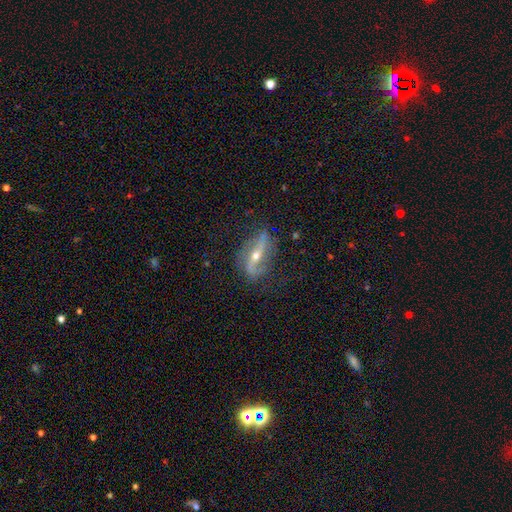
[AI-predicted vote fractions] Smooth or featured?
  - featured or disk: 84% *
  - smooth: 10%
  - star or artifact: 6%
Edge-on disk?
  - no: 83% *
  - yes: 17%
Bar?
  - strong: 58% *
  - no: 21%
  - weak: 21%
Spiral arms?
  - yes: 89% *
  - no: 11%
Spiral winding?
  - loose: 75% *
  - medium: 17%
  - tight: 8%
Spiral arm count?
  - 2: 89% *
  - 1: 5%
  - can't tell: 4%
  - 3: 1%
  - 4: 1%
  - more than 4: 1%
Bulge size?
  - moderate: 50% *
  - small: 47%
  - large: 1%
  - none: 1%
  - dominant: 1%
Merging?
  - none: 74% *
  - minor disturbance: 17%
  - major disturbance: 7%
  - merger: 2%